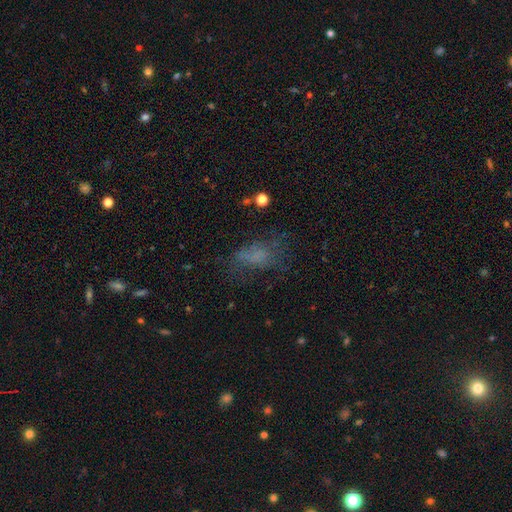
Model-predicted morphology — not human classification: type=smooth (54%); roundness=in between (79%); merging=none (46%).